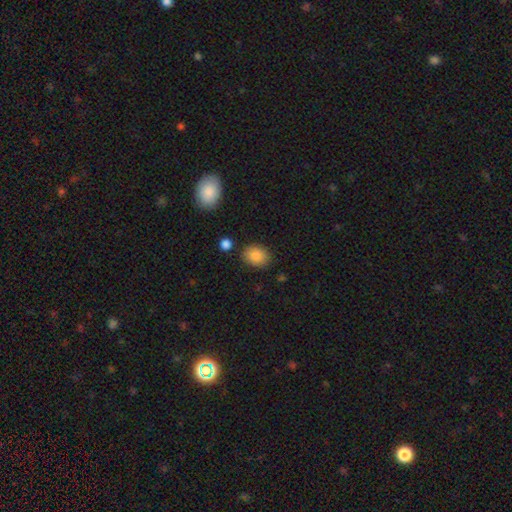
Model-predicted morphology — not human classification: smooth_or_featured: smooth (p=0.85) [alt: star or artifact p=0.08]
how_rounded: in between (p=0.63) [alt: round p=0.36]
merging: none (p=0.83) [alt: minor disturbance p=0.11]